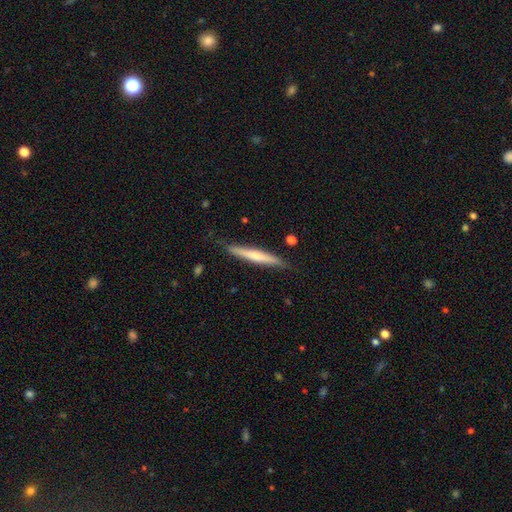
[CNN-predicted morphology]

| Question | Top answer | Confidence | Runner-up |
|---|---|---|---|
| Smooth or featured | smooth | 49% | featured or disk (46%) |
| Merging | none | 85% | minor disturbance (12%) |